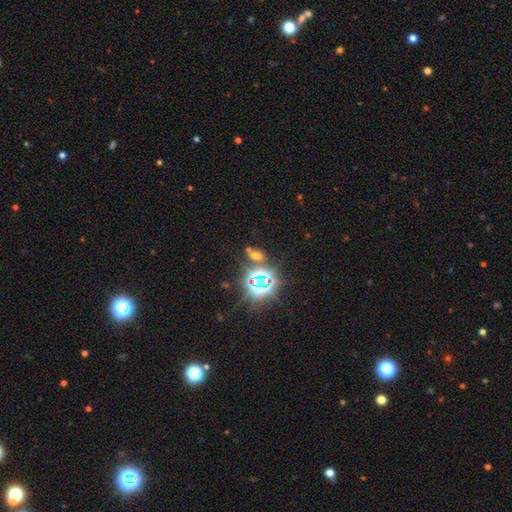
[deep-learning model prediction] A star or artifact, not a galaxy (54%).